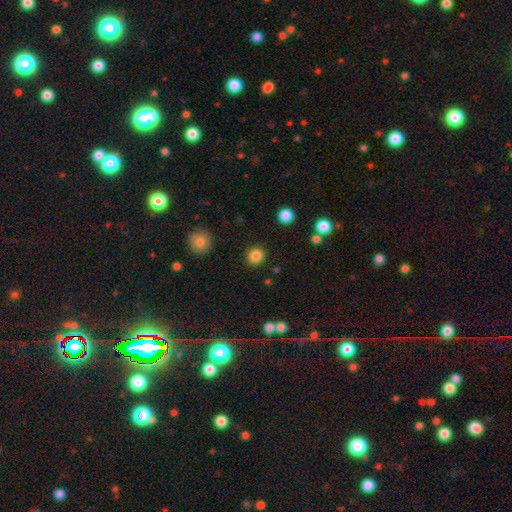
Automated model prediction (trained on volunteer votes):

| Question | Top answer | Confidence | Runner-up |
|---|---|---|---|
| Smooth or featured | smooth | 85% | star or artifact (11%) |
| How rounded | round | 90% | in between (9%) |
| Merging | none | 90% | minor disturbance (6%) |